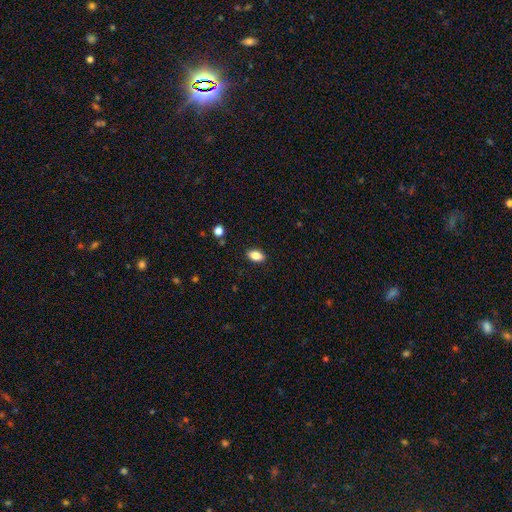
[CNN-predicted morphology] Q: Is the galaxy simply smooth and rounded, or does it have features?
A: smooth — 86%.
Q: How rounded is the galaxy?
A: in between — 90%.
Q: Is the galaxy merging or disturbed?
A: none — 89%.